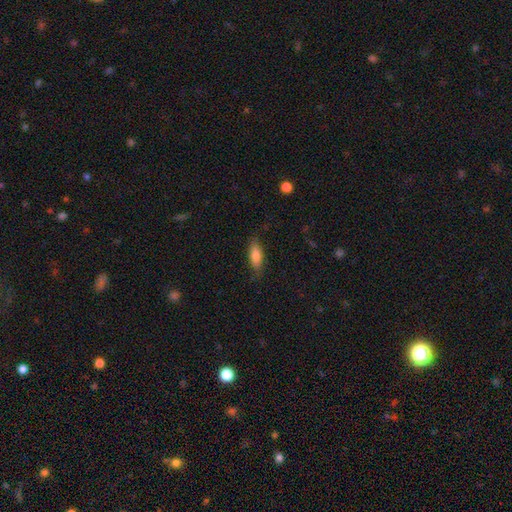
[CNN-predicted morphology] type=smooth (79%); roundness=in between (65%); merging=none (78%).